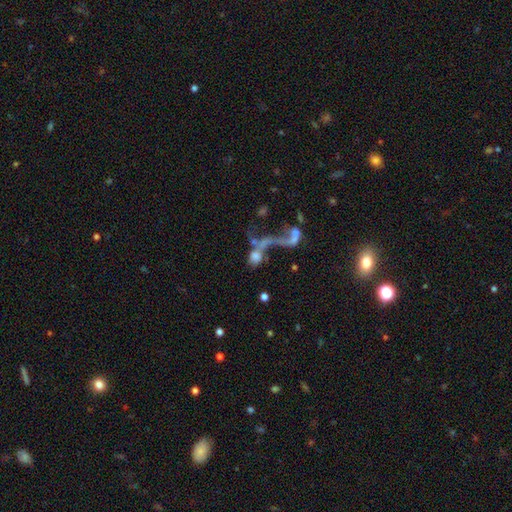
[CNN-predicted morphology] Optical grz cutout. It shows a smooth galaxy with no disk features (49%). Merging: merger (53%).